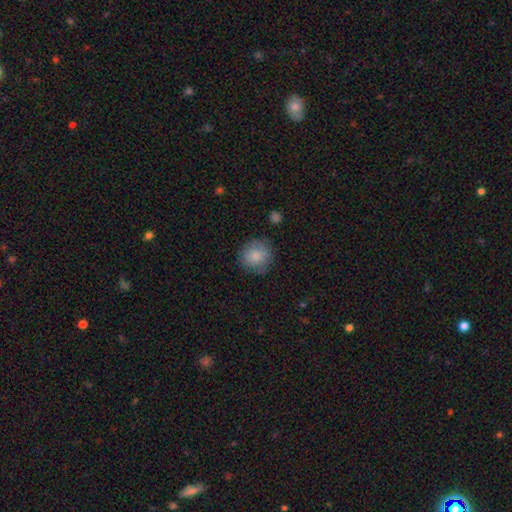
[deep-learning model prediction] This is clearly a smooth galaxy (84%). How rounded: clearly round (88%). Merging: clearly none (80%).